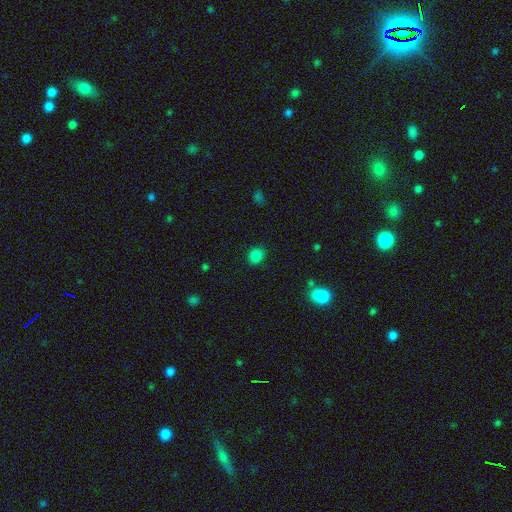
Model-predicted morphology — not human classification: This is clearly a smooth galaxy (82%). How rounded: likely round (70%). Merging: clearly none (85%).